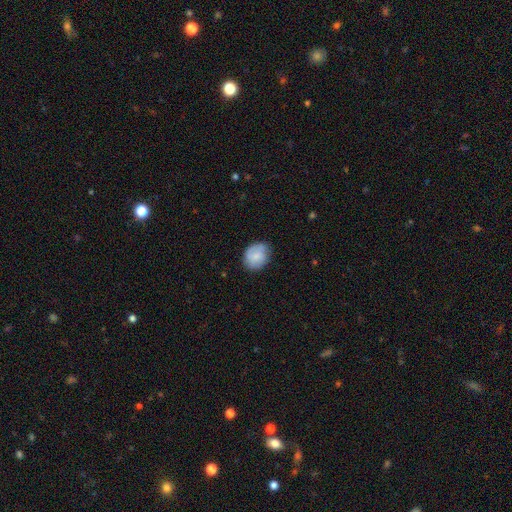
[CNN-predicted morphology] A smooth galaxy with no disk features (76%) that is round (62%). Merging: none (70%).